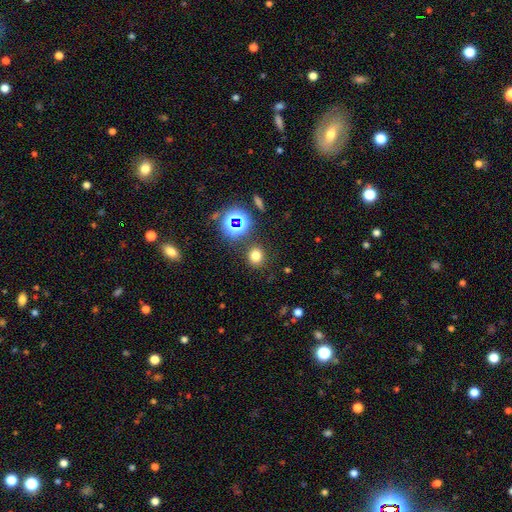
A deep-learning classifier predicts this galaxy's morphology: This is likely a smooth galaxy (71%). How rounded: clearly round (82%). Merging: clearly none (85%).